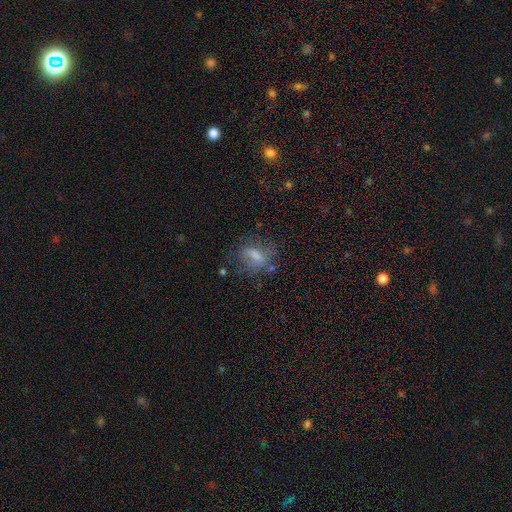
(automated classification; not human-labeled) smooth_or_featured: smooth (p=0.51) [alt: featured or disk p=0.34]
how_rounded: in between (p=0.62) [alt: round p=0.27]
merging: none (p=0.56) [alt: minor disturbance p=0.22]